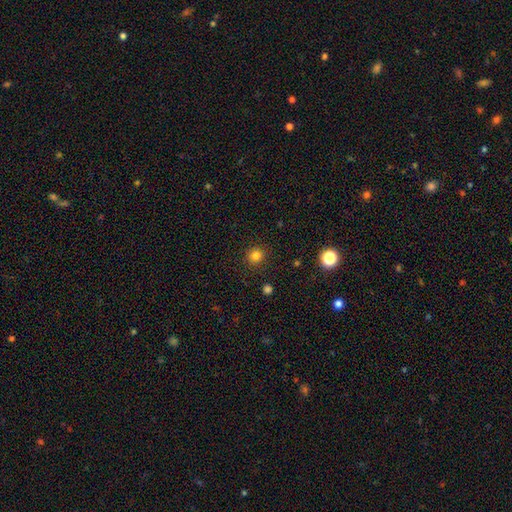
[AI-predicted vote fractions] Overall: smooth (81%). How rounded: round (91%). Merging: none (90%).